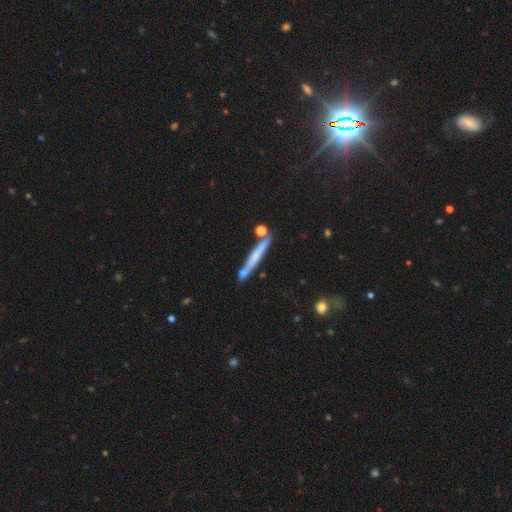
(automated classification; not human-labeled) The model was most divided on "smooth or featured": smooth: 52%, featured or disk: 41%, star or artifact: 8%. More confident: how rounded — cigar-shaped (95%); merging — none (73%).